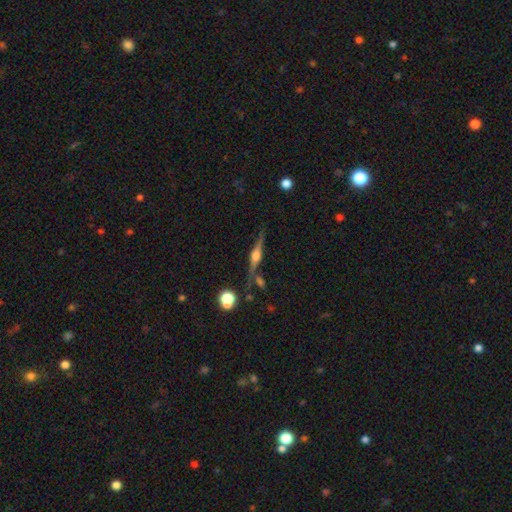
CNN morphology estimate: smooth_or_featured: featured or disk (p=0.81) [alt: smooth p=0.12]
disk_edge_on: yes (p=0.97) [alt: no p=0.03]
edge_on_bulge: rounded (p=0.87) [alt: boxy p=0.10]
merging: none (p=0.77) [alt: minor disturbance p=0.11]